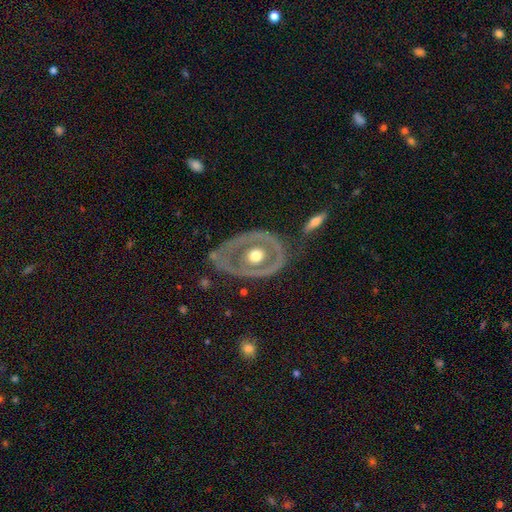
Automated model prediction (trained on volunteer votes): The model was most divided on "smooth or featured": featured or disk: 68%, smooth: 28%, star or artifact: 5%. More confident: edge-on disk — no (93%); bar — no (89%); spiral arms — no (81%); bulge size — moderate (73%); merging — none (62%).